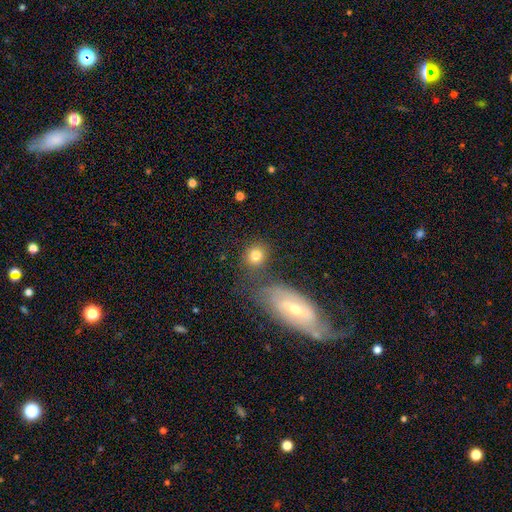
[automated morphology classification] smooth 80%, featured or disk 11%, star or artifact 9%. Down the decision tree: how rounded — round (77%); merging — none (66%).